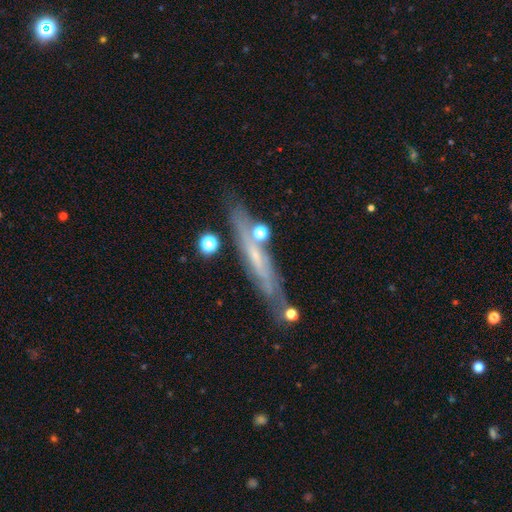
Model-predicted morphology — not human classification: featured or disk 62%, smooth 29%, star or artifact 10%. Down the decision tree: edge-on disk — yes (74%); merging — none (75%).